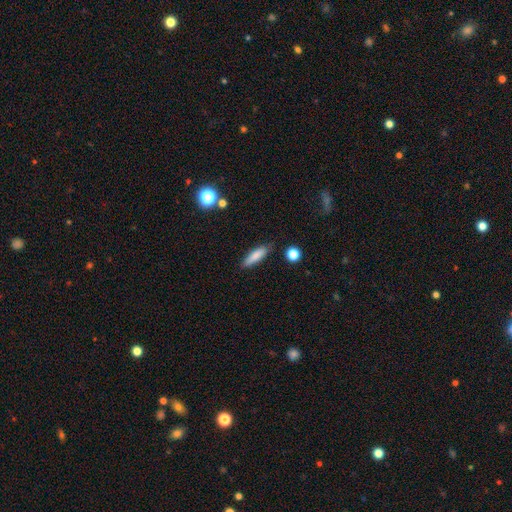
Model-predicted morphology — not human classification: smooth_or_featured: smooth (p=0.83) [alt: featured or disk p=0.10]
how_rounded: cigar-shaped (p=0.62) [alt: in between p=0.36]
merging: none (p=0.84) [alt: minor disturbance p=0.11]